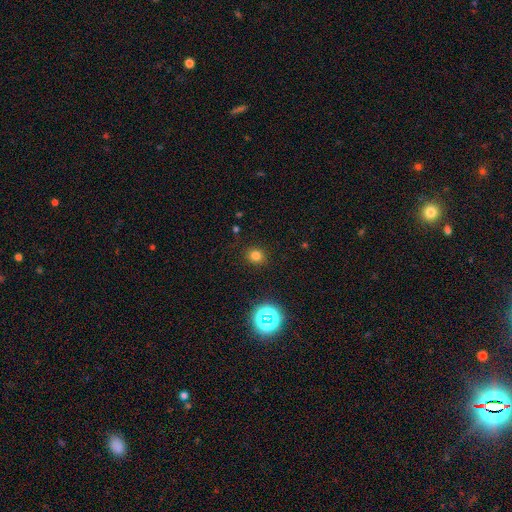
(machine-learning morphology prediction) type=smooth (75%); roundness=round (82%); merging=none (89%).